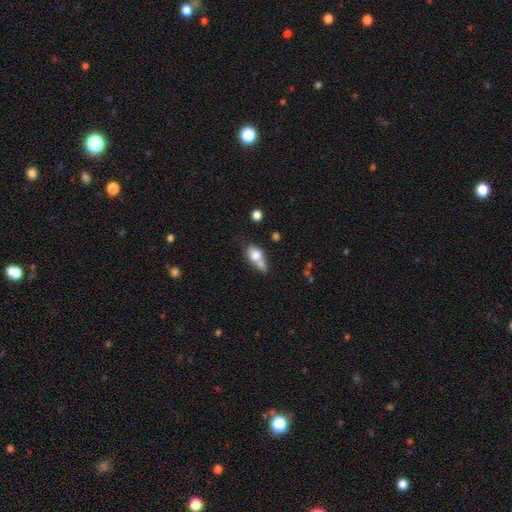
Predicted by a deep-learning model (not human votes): This is likely a smooth galaxy (74%). How rounded: likely in between (63%). Merging: possibly merger (55%).